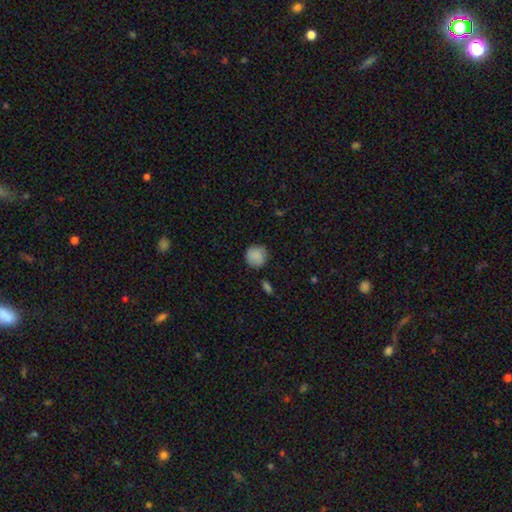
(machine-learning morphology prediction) Smooth or featured? smooth (87%)
How rounded? round (92%)
Merging? none (83%)